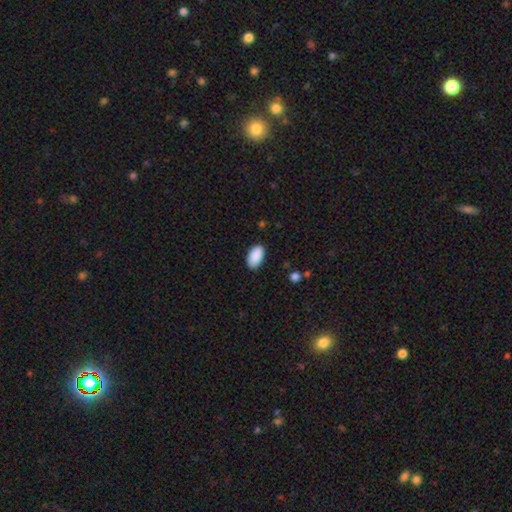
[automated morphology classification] smooth_or_featured: smooth (p=0.91) [alt: star or artifact p=0.06]
how_rounded: in between (p=0.95) [alt: round p=0.03]
merging: none (p=0.87) [alt: minor disturbance p=0.09]